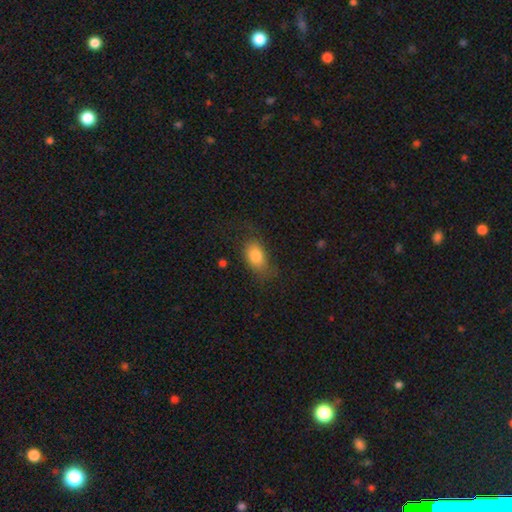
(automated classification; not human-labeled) Morphology: type=smooth (79%); roundness=in between (86%); merging=none (57%).